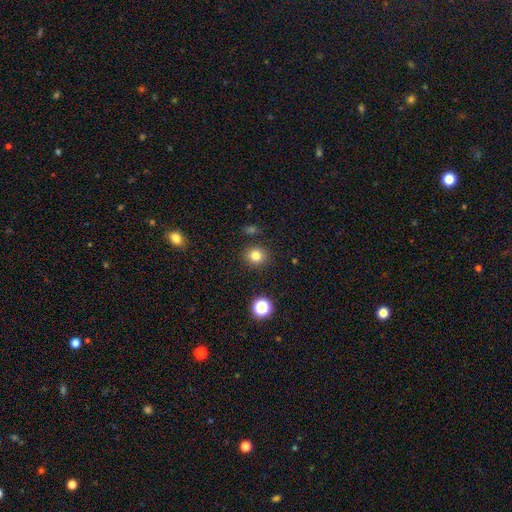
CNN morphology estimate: smooth 81%, star or artifact 13%, featured or disk 6%. Down the decision tree: how rounded — round (85%); merging — none (87%).